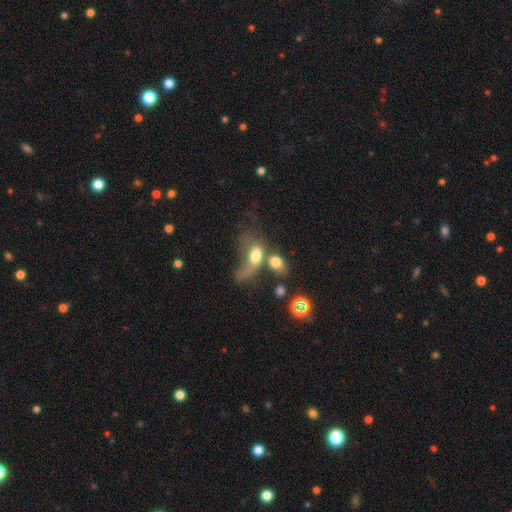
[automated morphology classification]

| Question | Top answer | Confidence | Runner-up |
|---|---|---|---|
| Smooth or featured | smooth | 64% | featured or disk (24%) |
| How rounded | in between | 77% | round (17%) |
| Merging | merger | 50% | major disturbance (27%) |